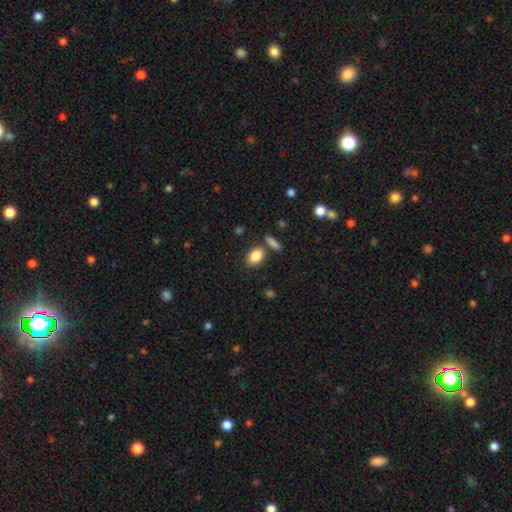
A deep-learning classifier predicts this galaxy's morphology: smooth-or-featured: smooth: 87% | star or artifact: 8% | featured or disk: 6%
  how-rounded: in between: 85% | round: 13% | cigar-shaped: 2%
  merging: none: 72% | merger: 13% | minor disturbance: 11% | major disturbance: 4%